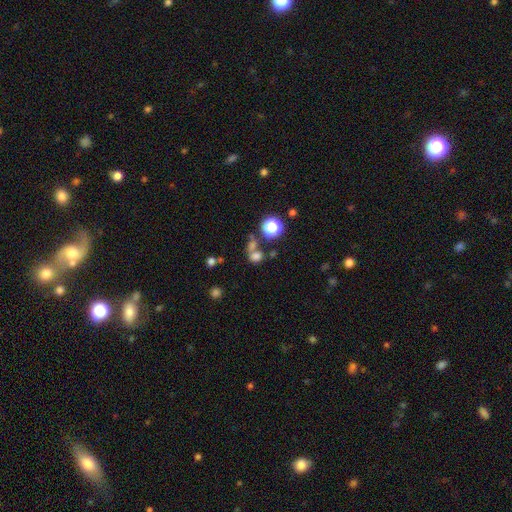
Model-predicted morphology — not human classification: Smooth or featured? smooth (49%)
Merging? none (55%)